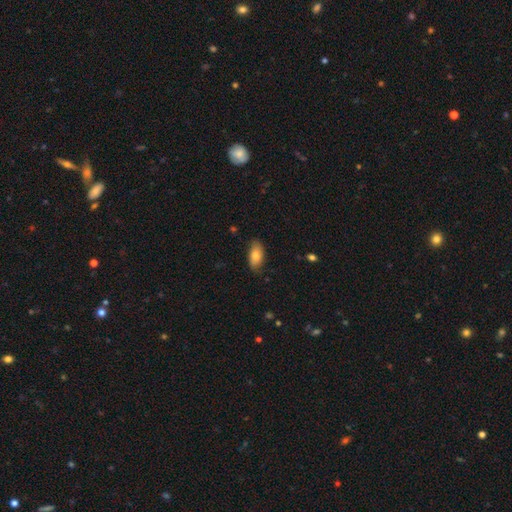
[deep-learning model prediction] This is clearly a smooth galaxy (80%). How rounded: clearly in between (91%). Merging: clearly none (81%).